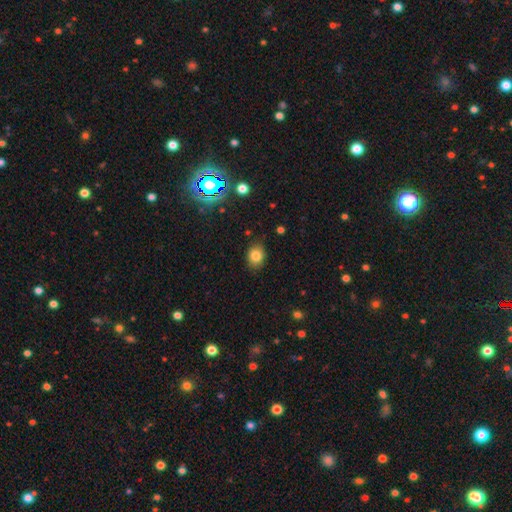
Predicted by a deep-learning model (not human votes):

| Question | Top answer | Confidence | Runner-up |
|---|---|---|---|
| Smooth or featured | smooth | 81% | star or artifact (12%) |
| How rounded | in between | 53% | round (46%) |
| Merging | none | 81% | minor disturbance (15%) |